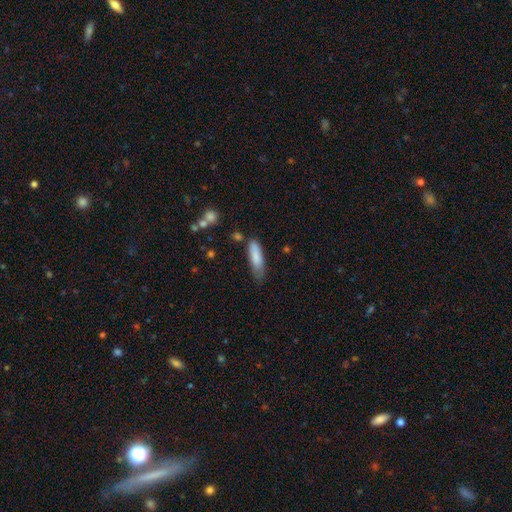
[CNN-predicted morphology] Q: Smooth or featured?
A: smooth (83%); runner-up: featured or disk (11%)
Q: How rounded?
A: cigar-shaped (54%); runner-up: in between (44%)
Q: Merging?
A: none (55%); runner-up: minor disturbance (32%)